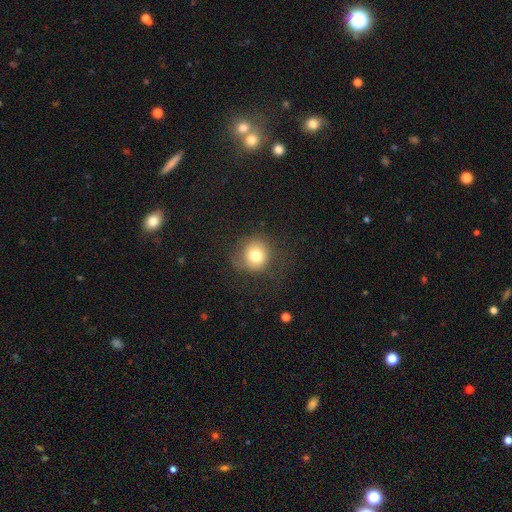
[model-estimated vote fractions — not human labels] Smooth or featured?
  - smooth: 76% *
  - featured or disk: 13%
  - star or artifact: 11%
How rounded?
  - round: 91% *
  - in between: 8%
  - cigar-shaped: 1%
Merging?
  - none: 71% *
  - minor disturbance: 16%
  - major disturbance: 11%
  - merger: 1%